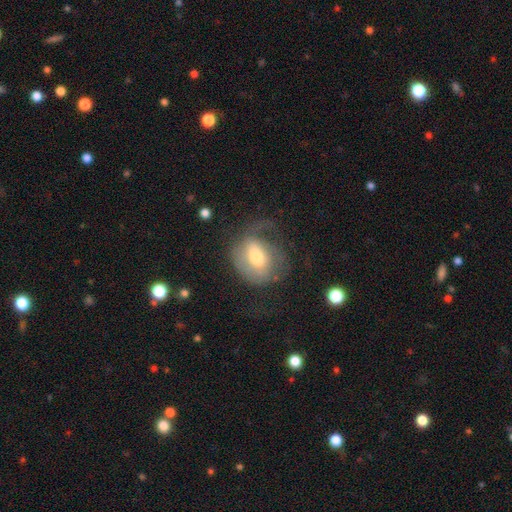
This appears to be a smooth galaxy with no disk features (50%) that is in between round and cigar-shaped (68%). Merging: major disturbance (54%).